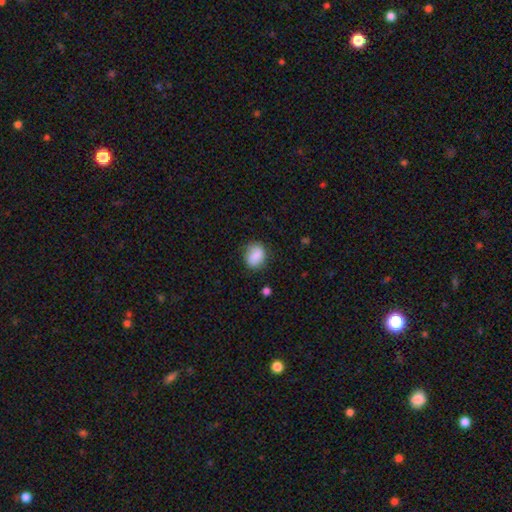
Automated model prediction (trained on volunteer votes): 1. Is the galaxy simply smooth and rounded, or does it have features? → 83% smooth, 10% featured or disk, 8% star or artifact.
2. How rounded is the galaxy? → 50% round, 49% in between, 1% cigar-shaped.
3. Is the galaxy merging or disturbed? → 76% none, 18% minor disturbance, 5% major disturbance, 2% merger.